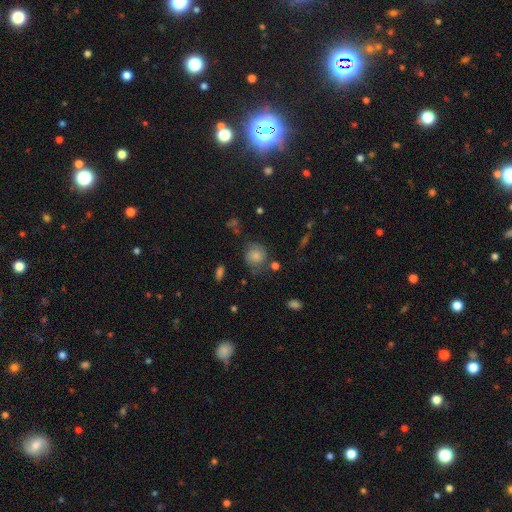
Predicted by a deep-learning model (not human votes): This appears to be a smooth galaxy with no disk features (67%) that is round (81%). Merging: none (61%).